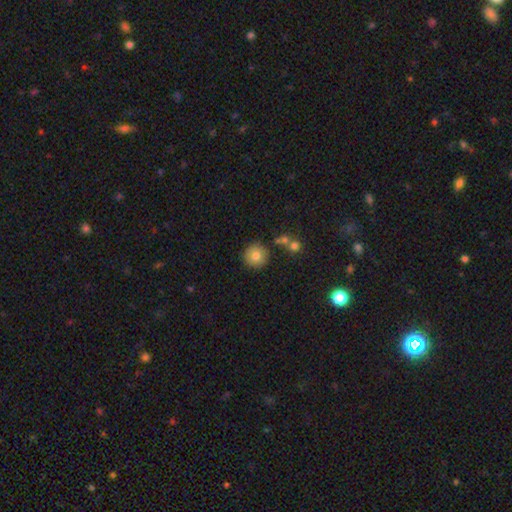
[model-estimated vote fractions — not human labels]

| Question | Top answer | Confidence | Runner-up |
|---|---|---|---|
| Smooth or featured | smooth | 79% | featured or disk (11%) |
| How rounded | round | 95% | in between (4%) |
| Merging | none | 83% | minor disturbance (9%) |